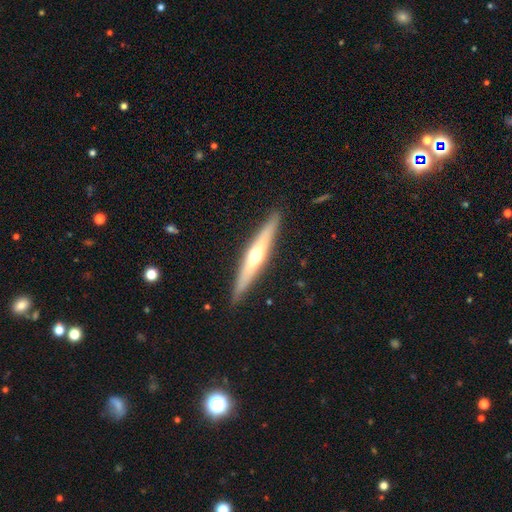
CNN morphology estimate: This appears to be a featured or disk galaxy (62%) viewed edge-on (95%) with a rounded central bulge (88%). Merging: none (90%).